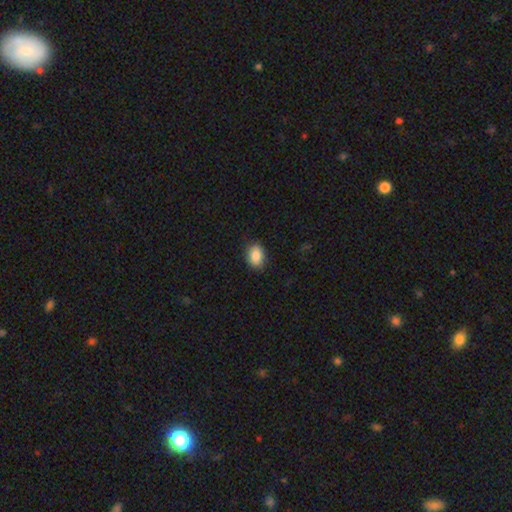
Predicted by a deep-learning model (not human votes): smooth 87%, star or artifact 8%, featured or disk 5%. Down the decision tree: how rounded — in between (83%); merging — none (87%).